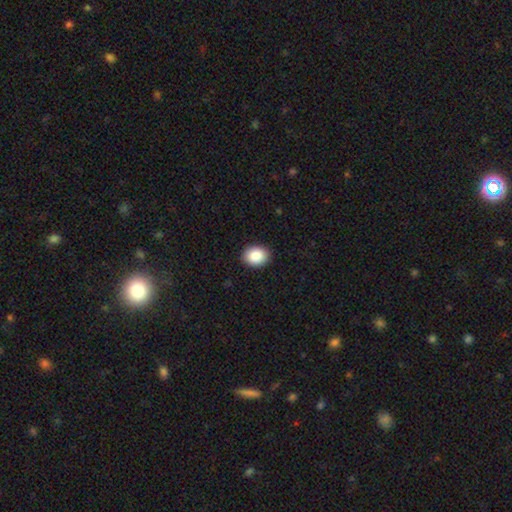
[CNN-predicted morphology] smooth 88%, star or artifact 8%, featured or disk 4%. Down the decision tree: how rounded — in between (53%); merging — none (90%).